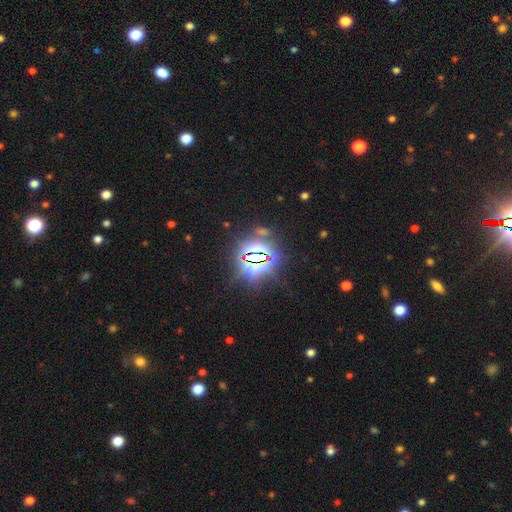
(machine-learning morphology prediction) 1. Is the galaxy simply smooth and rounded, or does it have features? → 82% star or artifact, 11% smooth, 8% featured or disk.